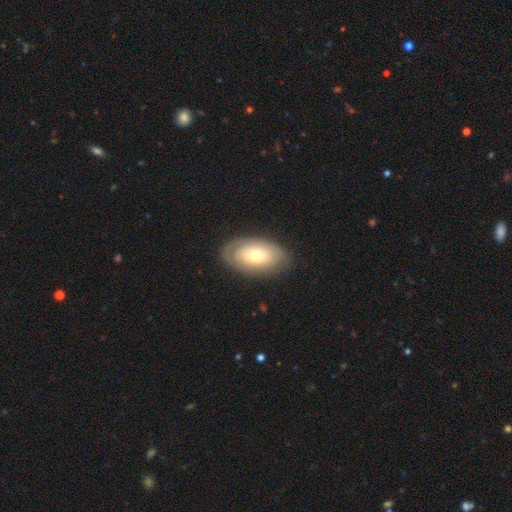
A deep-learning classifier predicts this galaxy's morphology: A smooth galaxy with no disk features (49%).

Vote fractions:
- Smooth or featured? smooth: 49% / featured or disk: 45% / star or artifact: 6%
- Merging? none: 79% / minor disturbance: 15% / major disturbance: 5% / merger: 1%